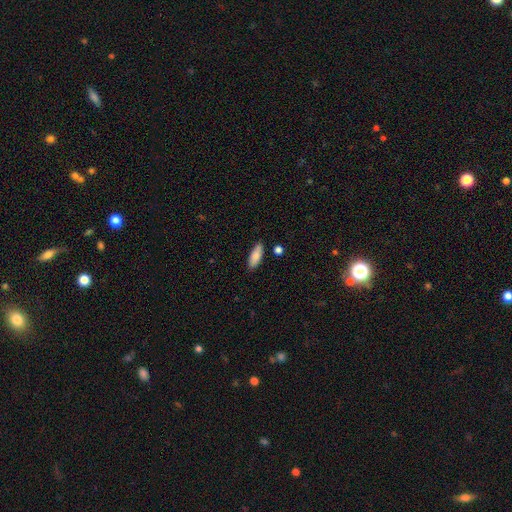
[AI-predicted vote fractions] Smooth or featured? smooth (85%)
How rounded? in between (69%)
Merging? none (85%)